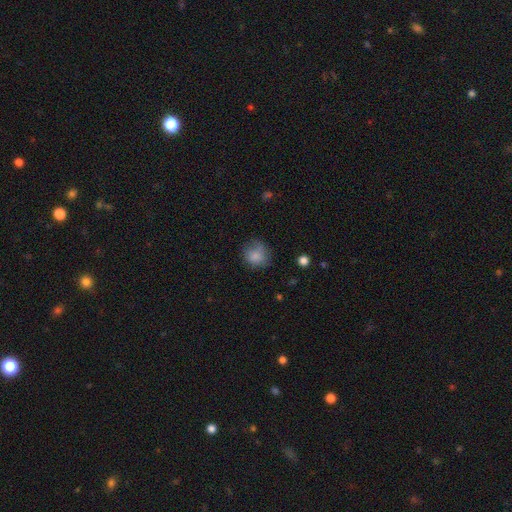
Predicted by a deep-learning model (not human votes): Smooth or featured? Predicted: smooth (p=0.82). How rounded? Predicted: round (p=0.80). Merging? Predicted: none (p=0.64).